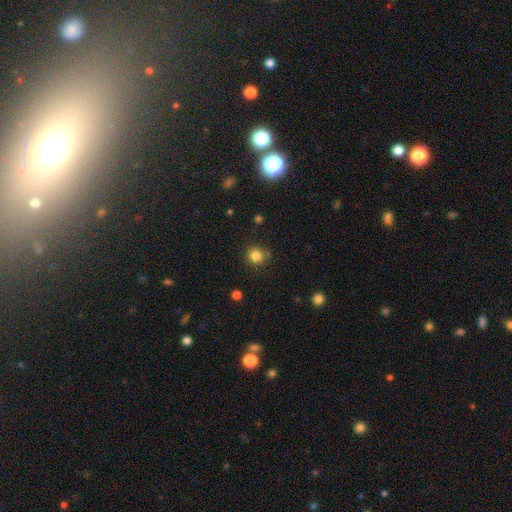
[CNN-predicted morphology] The model was most divided on "smooth or featured": smooth: 83%, star or artifact: 12%, featured or disk: 5%. More confident: how rounded — round (92%); merging — none (82%).